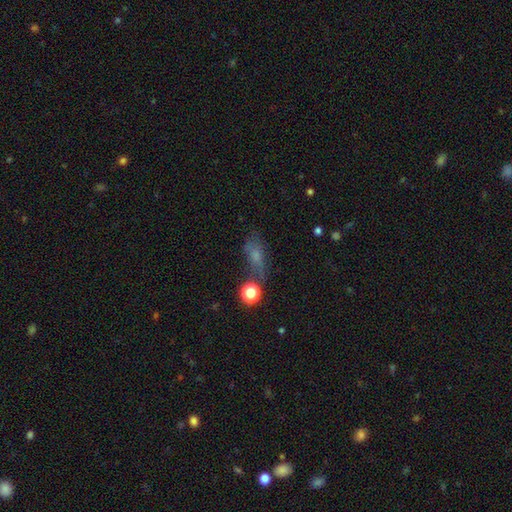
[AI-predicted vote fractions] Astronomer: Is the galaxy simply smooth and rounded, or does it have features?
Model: smooth — 53%.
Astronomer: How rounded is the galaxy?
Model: in between — 66%.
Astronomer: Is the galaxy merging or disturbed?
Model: none — 46% (runner-up: minor disturbance, 23%).